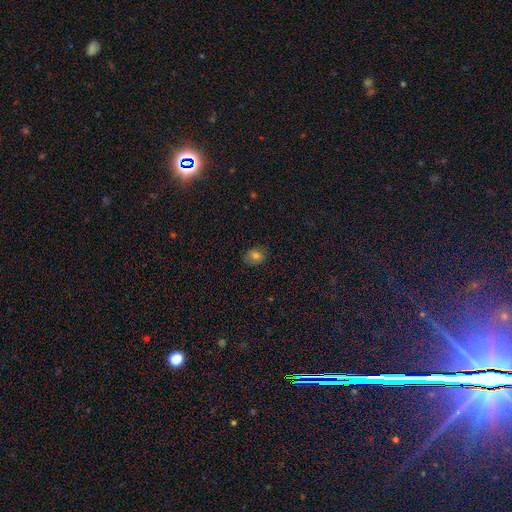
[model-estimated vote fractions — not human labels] A smooth galaxy with no disk features (75%) that is round (52%).

Vote fractions:
- Smooth or featured? smooth: 75% / star or artifact: 13% / featured or disk: 12%
- How rounded? round: 52% / in between: 47% / cigar-shaped: 1%
- Merging? none: 80% / minor disturbance: 16% / major disturbance: 3% / merger: 1%